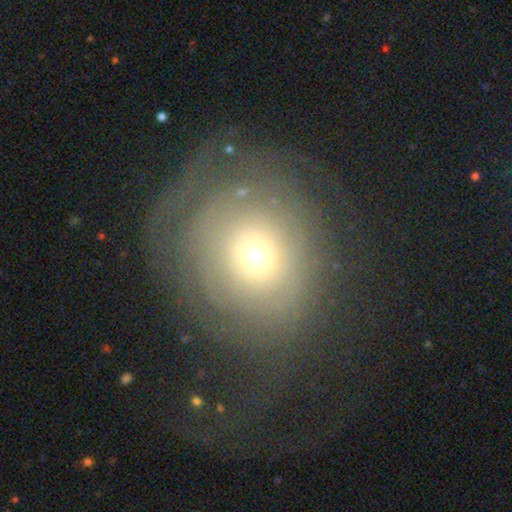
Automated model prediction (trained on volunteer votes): Smooth or featured? Predicted: featured or disk (p=0.49). Merging? Predicted: none (p=0.52).